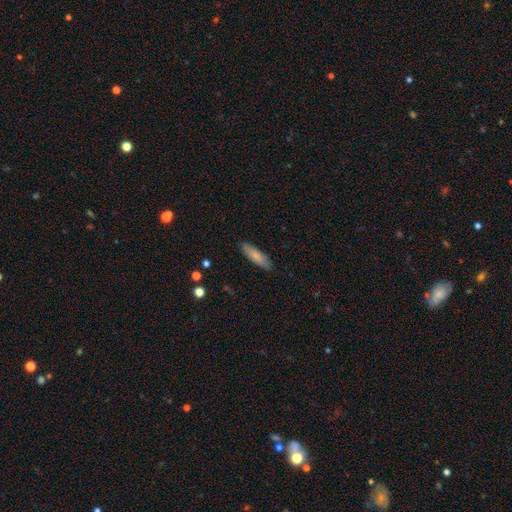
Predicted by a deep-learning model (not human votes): smooth 77%, featured or disk 17%, star or artifact 6%. Down the decision tree: how rounded — cigar-shaped (59%); merging — none (88%).